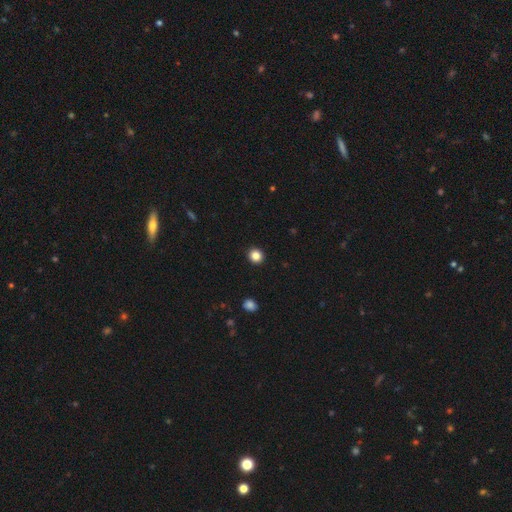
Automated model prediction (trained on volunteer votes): smooth 85%, star or artifact 11%, featured or disk 4%. Down the decision tree: how rounded — round (90%); merging — none (93%).